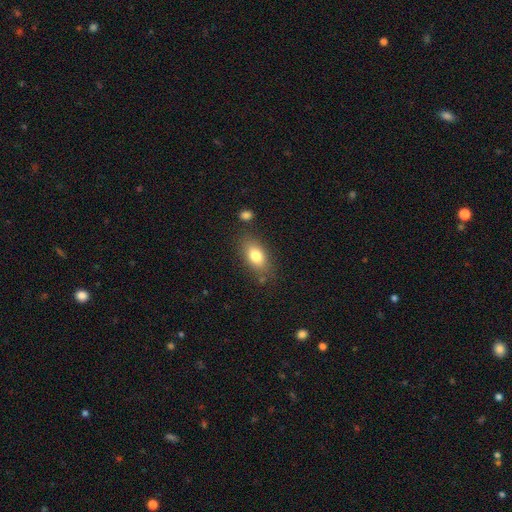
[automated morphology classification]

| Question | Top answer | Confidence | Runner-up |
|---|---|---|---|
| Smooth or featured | smooth | 80% | featured or disk (13%) |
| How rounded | in between | 87% | round (8%) |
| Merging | none | 77% | minor disturbance (14%) |